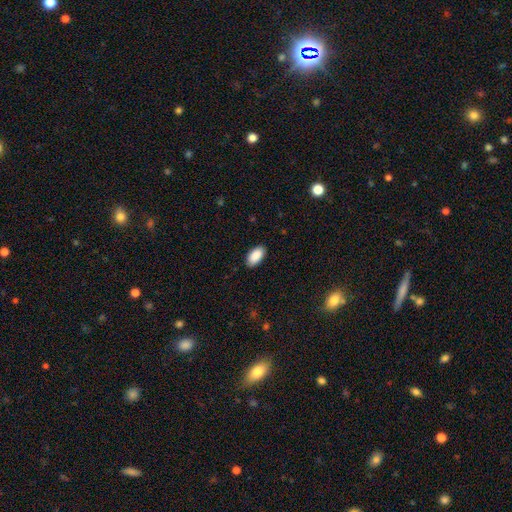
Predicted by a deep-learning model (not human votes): Smooth or featured?
  - smooth: 90% *
  - star or artifact: 6%
  - featured or disk: 4%
How rounded?
  - in between: 95% *
  - round: 2%
  - cigar-shaped: 2%
Merging?
  - none: 88% *
  - minor disturbance: 9%
  - major disturbance: 2%
  - merger: 1%